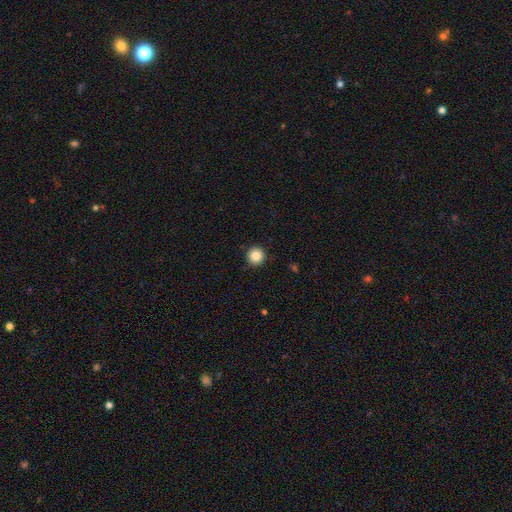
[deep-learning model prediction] A smooth galaxy with no disk features (85%) that is round (96%).

Vote fractions:
- Smooth or featured? smooth: 85% / star or artifact: 10% / featured or disk: 5%
- How rounded? round: 96% / in between: 3% / cigar-shaped: 1%
- Merging? none: 92% / minor disturbance: 5% / major disturbance: 2% / merger: 1%